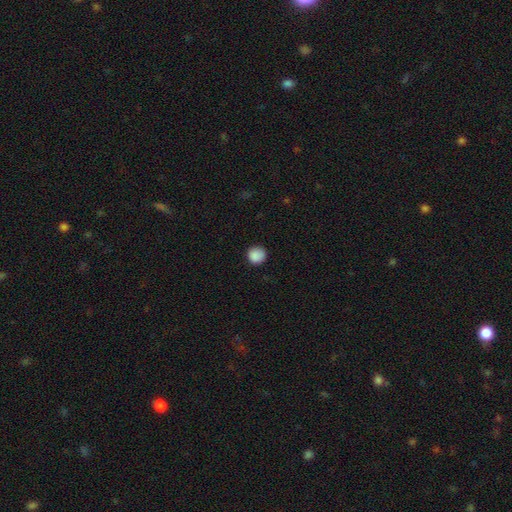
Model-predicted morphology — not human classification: A smooth galaxy with no disk features (88%) that is round (92%).

Vote fractions:
- Smooth or featured? smooth: 88% / star or artifact: 9% / featured or disk: 3%
- How rounded? round: 92% / in between: 7% / cigar-shaped: 1%
- Merging? none: 87% / minor disturbance: 9% / major disturbance: 2% / merger: 1%